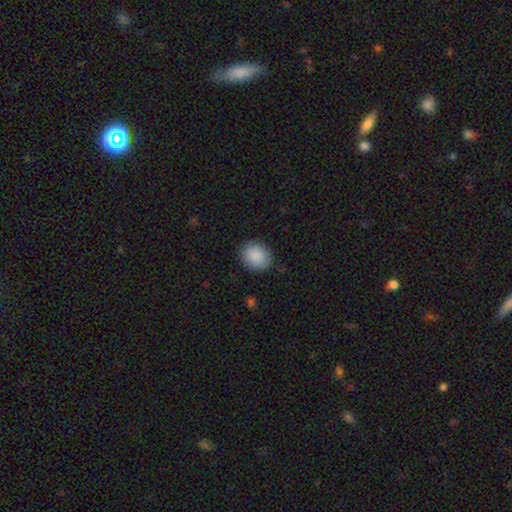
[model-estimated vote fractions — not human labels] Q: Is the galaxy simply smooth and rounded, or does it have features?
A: smooth — 90%.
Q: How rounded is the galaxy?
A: round — 69%.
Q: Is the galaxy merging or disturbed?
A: none — 87%.